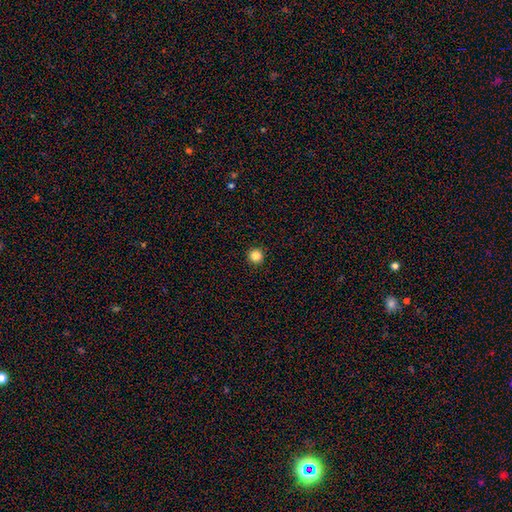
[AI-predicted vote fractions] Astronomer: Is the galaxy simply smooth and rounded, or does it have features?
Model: smooth — 84%.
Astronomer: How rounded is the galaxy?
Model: round — 96%.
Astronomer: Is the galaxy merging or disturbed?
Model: none — 94%.